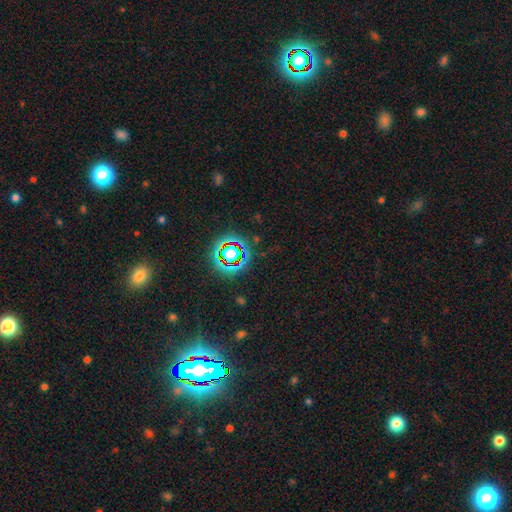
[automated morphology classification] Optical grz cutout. It shows a star or artifact, not a galaxy (79%).